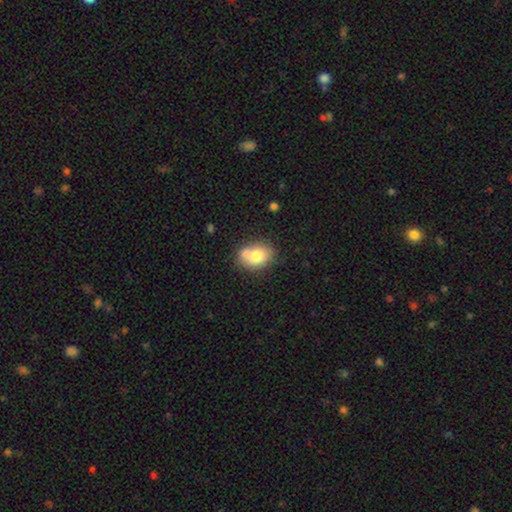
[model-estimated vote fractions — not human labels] smooth_or_featured: smooth (p=0.77) [alt: featured or disk p=0.15]
how_rounded: in between (p=0.72) [alt: round p=0.27]
merging: none (p=0.57) [alt: minor disturbance p=0.19]